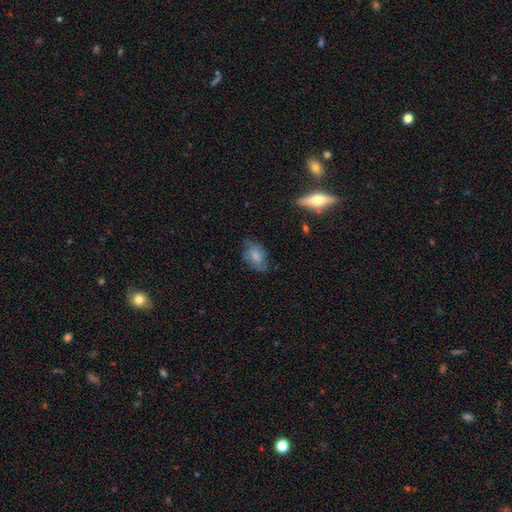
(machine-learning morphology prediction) Q: Smooth or featured?
A: smooth (70%); runner-up: featured or disk (22%)
Q: How rounded?
A: in between (86%); runner-up: round (12%)
Q: Merging?
A: none (64%); runner-up: minor disturbance (27%)